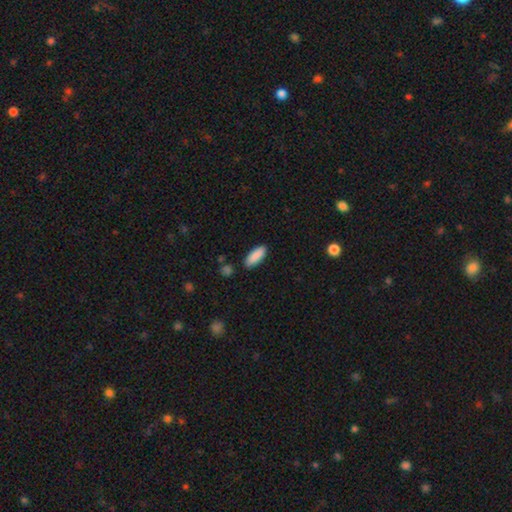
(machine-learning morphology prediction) type=smooth (89%); roundness=in between (72%); merging=none (86%).